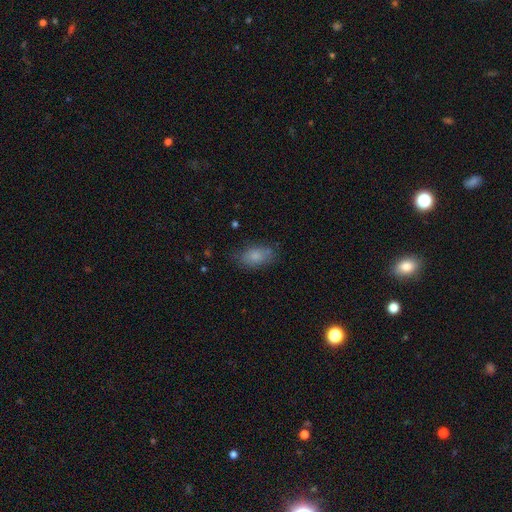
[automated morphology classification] Smooth or featured?
  - smooth: 80% *
  - featured or disk: 11%
  - star or artifact: 9%
How rounded?
  - in between: 89% *
  - round: 7%
  - cigar-shaped: 3%
Merging?
  - none: 74% *
  - minor disturbance: 18%
  - major disturbance: 5%
  - merger: 2%